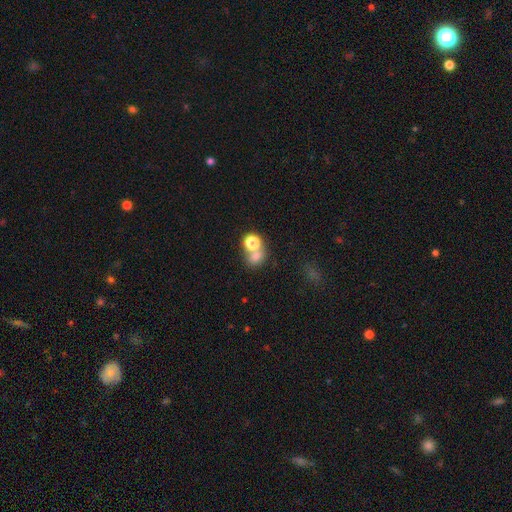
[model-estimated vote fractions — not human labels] Overall: smooth (72%). How rounded: round (61%; in between 38%). Merging: merger (45%; none 42%).